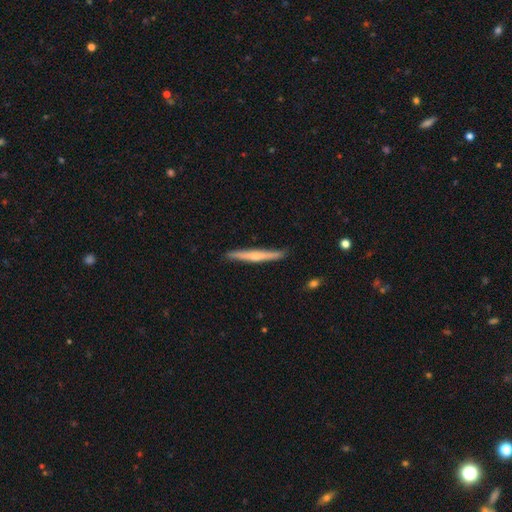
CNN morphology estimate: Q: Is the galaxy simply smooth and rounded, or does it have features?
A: featured or disk — 53%.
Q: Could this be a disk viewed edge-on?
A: yes — 96%.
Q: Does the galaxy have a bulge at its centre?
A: rounded — 64%.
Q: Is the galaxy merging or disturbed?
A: none — 88%.